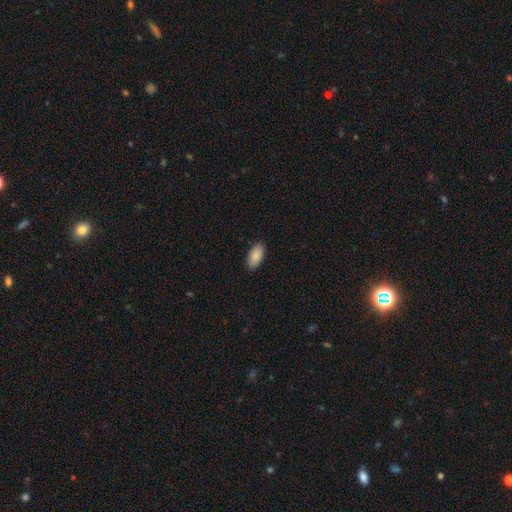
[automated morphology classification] A smooth galaxy with no disk features (87%) that is in between round and cigar-shaped (93%). Merging: none (89%).